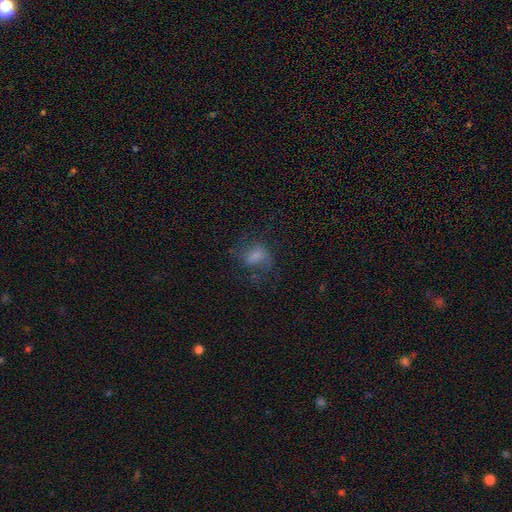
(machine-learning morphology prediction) This is possibly a smooth galaxy (51%). How rounded: likely in between (65%). Merging: possibly none (51%).